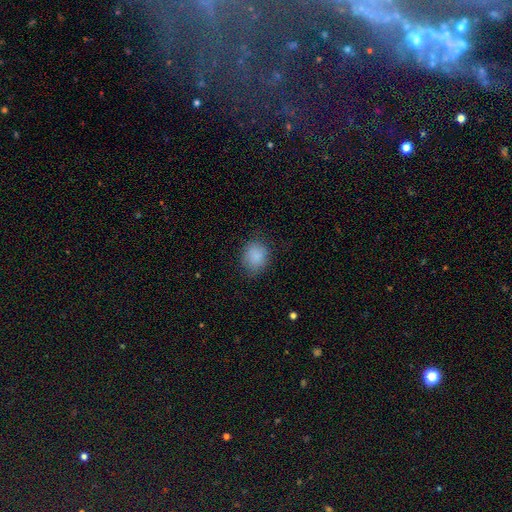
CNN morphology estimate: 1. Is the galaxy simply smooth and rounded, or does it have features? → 86% smooth, 9% star or artifact, 5% featured or disk.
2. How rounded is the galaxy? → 61% round, 38% in between, 1% cigar-shaped.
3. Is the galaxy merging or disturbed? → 78% none, 16% minor disturbance, 5% major disturbance, 1% merger.